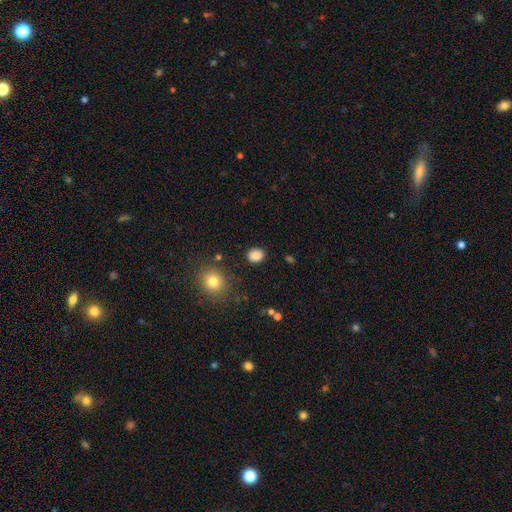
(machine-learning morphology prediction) Smooth or featured? smooth (86%)
How rounded? round (52%)
Merging? none (87%)